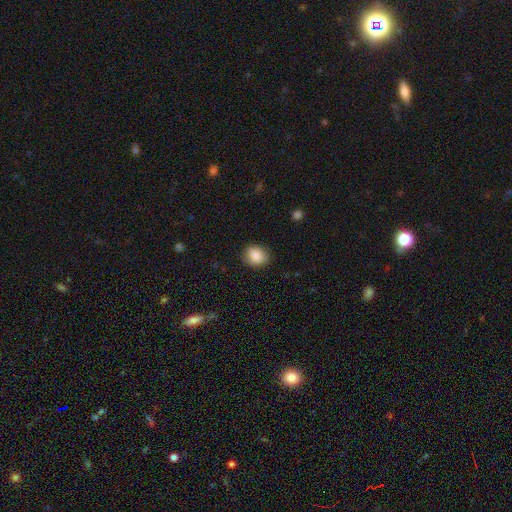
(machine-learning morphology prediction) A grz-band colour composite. It shows a smooth galaxy with no disk features (88%) that is round (64%). Merging: none (87%).